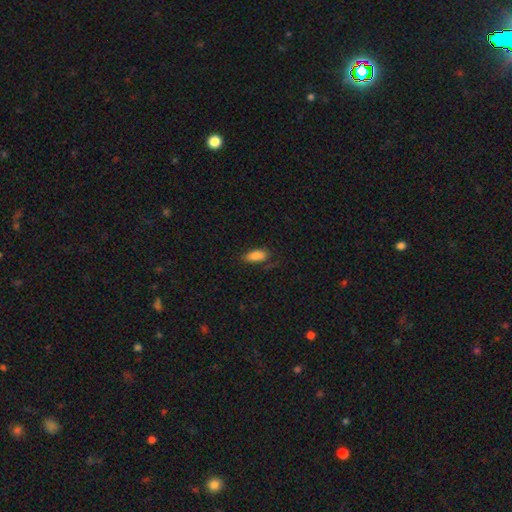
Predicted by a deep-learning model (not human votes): A smooth galaxy with no disk features (82%) that is in between round and cigar-shaped (86%).

Vote fractions:
- Smooth or featured? smooth: 82% / featured or disk: 10% / star or artifact: 8%
- How rounded? in between: 86% / cigar-shaped: 11% / round: 3%
- Merging? none: 65% / minor disturbance: 24% / major disturbance: 9% / merger: 2%